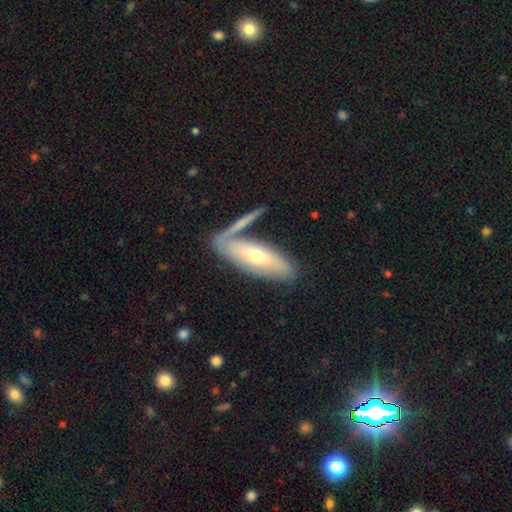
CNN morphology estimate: A featured or disk galaxy (58%). Merging: none (60%).